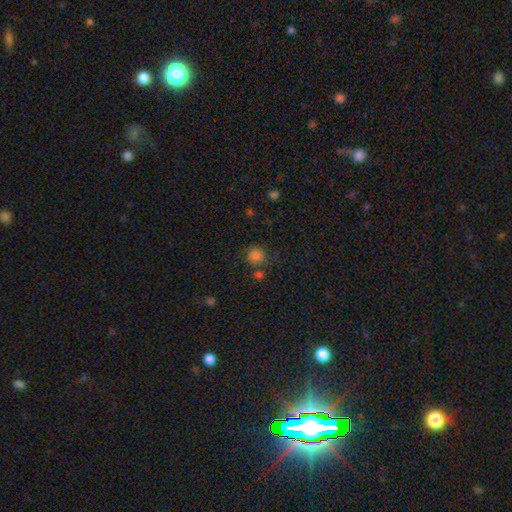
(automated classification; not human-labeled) Q: Smooth or featured?
A: smooth (81%); runner-up: star or artifact (14%)
Q: How rounded?
A: round (86%); runner-up: in between (13%)
Q: Merging?
A: none (69%); runner-up: minor disturbance (14%)